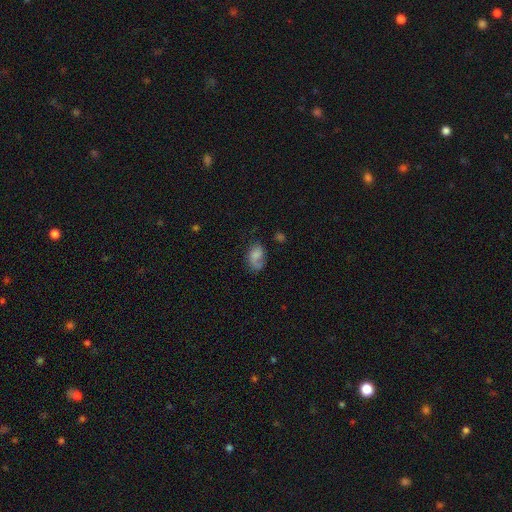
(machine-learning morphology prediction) smooth-or-featured: smooth: 54% | featured or disk: 35% | star or artifact: 10%
  how-rounded: in between: 83% | round: 15% | cigar-shaped: 2%
  merging: none: 45% | minor disturbance: 27% | major disturbance: 24% | merger: 4%